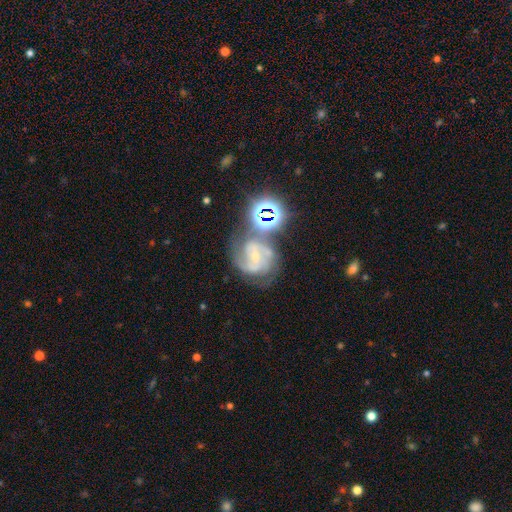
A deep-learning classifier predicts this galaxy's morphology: Smooth or featured?
  - featured or disk: 76% *
  - star or artifact: 15%
  - smooth: 9%
Edge-on disk?
  - no: 98% *
  - yes: 2%
Bar?
  - no: 43% *
  - weak: 40%
  - strong: 17%
Spiral arms?
  - yes: 95% *
  - no: 5%
Spiral winding?
  - medium: 47% *
  - tight: 42%
  - loose: 11%
Spiral arm count?
  - 2: 46% *
  - 3: 25%
  - can't tell: 17%
  - 4: 5%
  - 1: 4%
  - more than 4: 3%
Bulge size?
  - small: 67% *
  - moderate: 28%
  - none: 2%
  - large: 1%
  - dominant: 1%
Merging?
  - none: 52% *
  - minor disturbance: 20%
  - merger: 16%
  - major disturbance: 12%